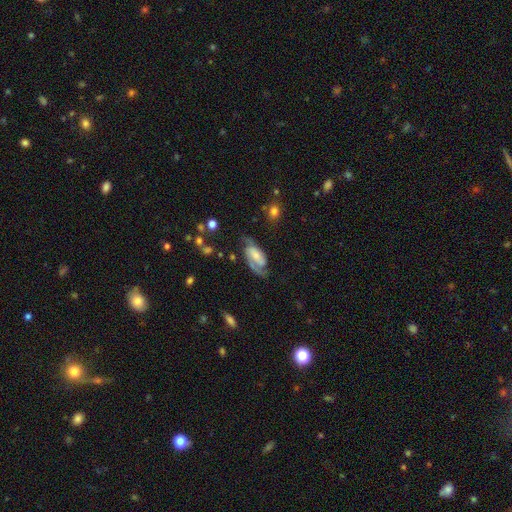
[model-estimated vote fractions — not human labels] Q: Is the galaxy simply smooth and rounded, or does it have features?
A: featured or disk — 75%.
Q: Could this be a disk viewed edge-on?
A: no — 95%.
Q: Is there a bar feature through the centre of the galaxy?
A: no — 41%.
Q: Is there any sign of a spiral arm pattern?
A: yes — 93%.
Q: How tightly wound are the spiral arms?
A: medium — 47%.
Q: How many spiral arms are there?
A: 2 — 76%.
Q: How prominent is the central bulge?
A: small — 43%.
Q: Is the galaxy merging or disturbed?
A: none — 56%.